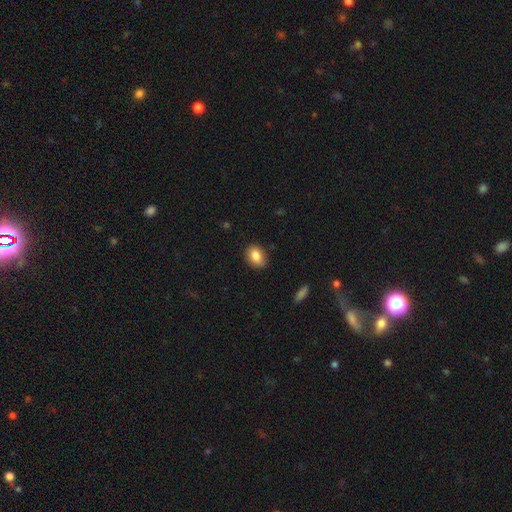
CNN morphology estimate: Smooth or featured? smooth (86%)
How rounded? in between (72%)
Merging? none (82%)